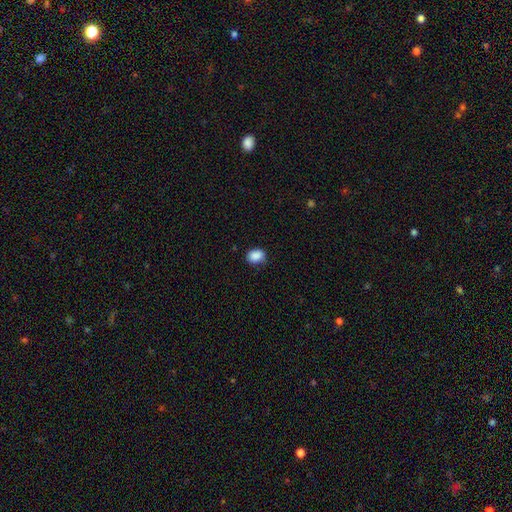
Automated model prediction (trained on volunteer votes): smooth_or_featured: smooth (p=0.88) [alt: star or artifact p=0.09]
how_rounded: in between (p=0.52) [alt: round p=0.47]
merging: none (p=0.79) [alt: minor disturbance p=0.16]